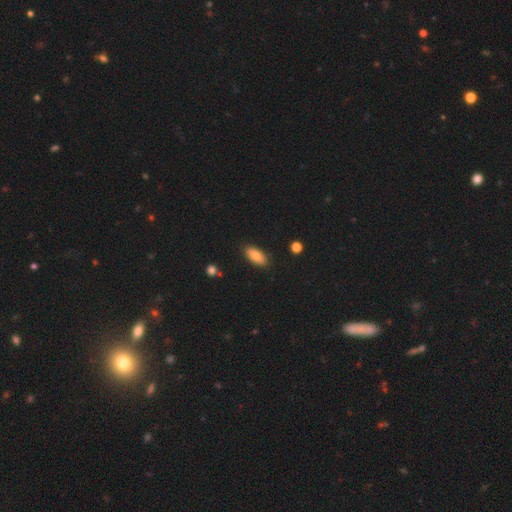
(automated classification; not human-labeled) A smooth galaxy with no disk features (83%) that is in between round and cigar-shaped (88%). Merging: none (87%).